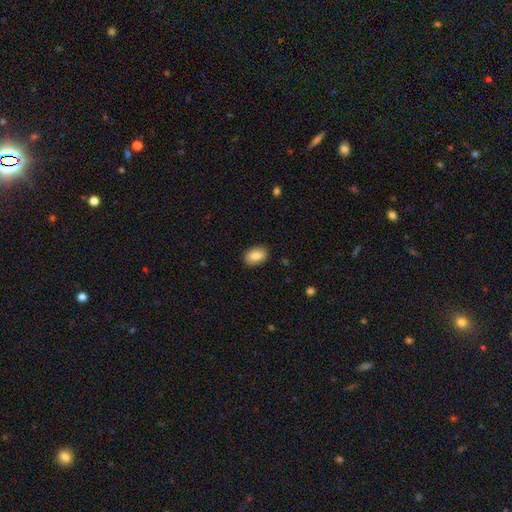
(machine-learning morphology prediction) type=smooth (84%); roundness=in between (89%); merging=none (88%).